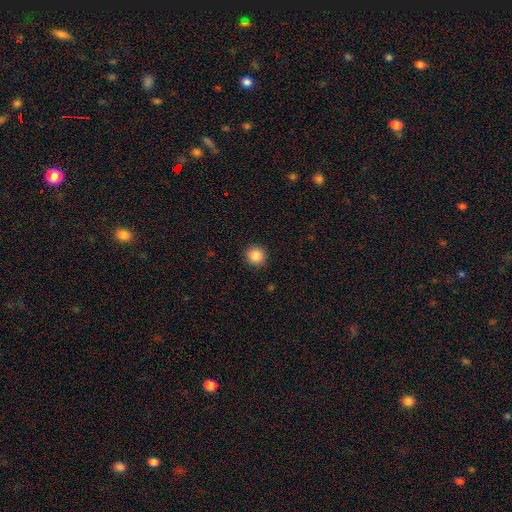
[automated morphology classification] Smooth or featured: smooth — 87% (star or artifact — 10%)
How rounded: round — 92% (in between — 7%)
Merging: none — 91% (minor disturbance — 6%)